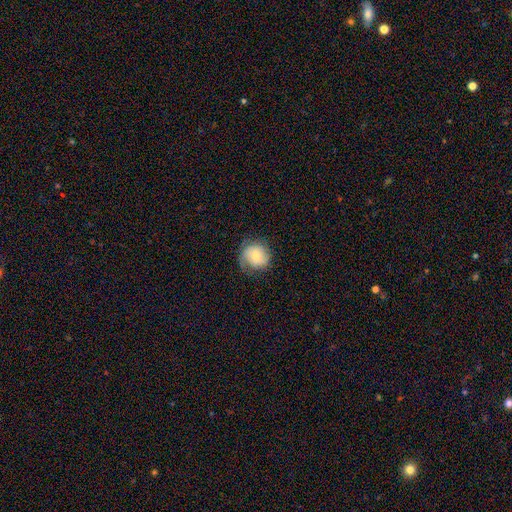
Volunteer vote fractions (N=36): A smooth galaxy with no disk features (56%) that is round (95%).

Vote fractions:
- Smooth or featured? smooth: 56% / featured or disk: 42% / star or artifact: 3%
- How rounded? round: 95% / in between: 5% / cigar-shaped: 0%
- Merging? none: 49% / minor disturbance: 29% / major disturbance: 23% / merger: 0%